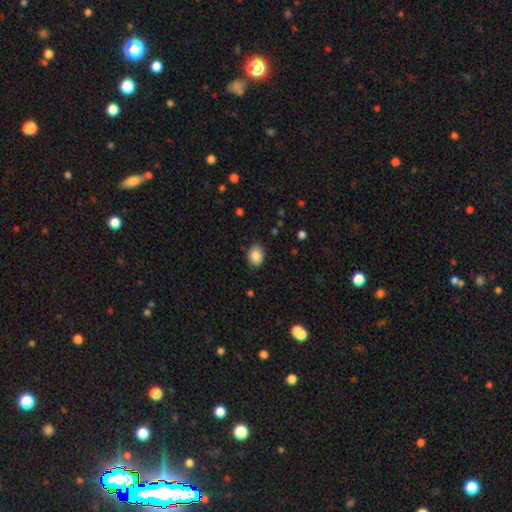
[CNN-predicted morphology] smooth 86%, star or artifact 8%, featured or disk 6%. Down the decision tree: how rounded — in between (69%); merging — none (85%).